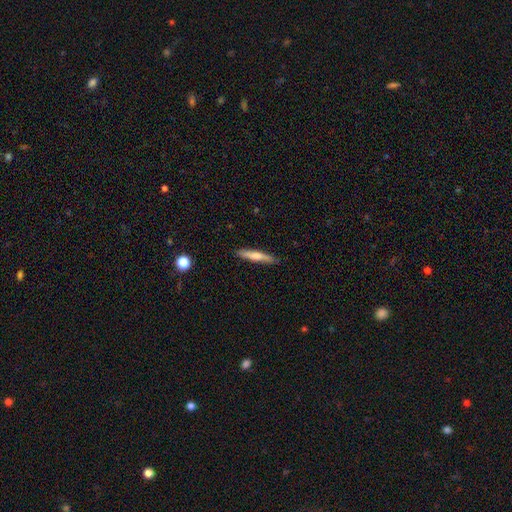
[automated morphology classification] smooth-or-featured: smooth: 61% | featured or disk: 33% | star or artifact: 6%
  how-rounded: cigar-shaped: 92% | in between: 6% | round: 1%
  merging: none: 87% | minor disturbance: 10% | major disturbance: 2% | merger: 1%